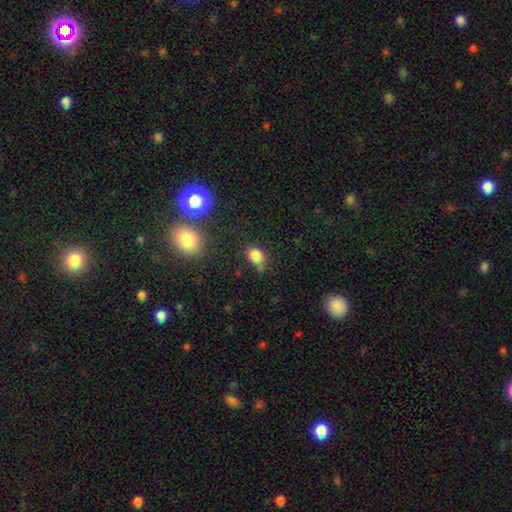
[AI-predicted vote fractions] Overall: smooth (82%). How rounded: in between (67%; round 31%). Merging: none (62%; minor disturbance 25%).